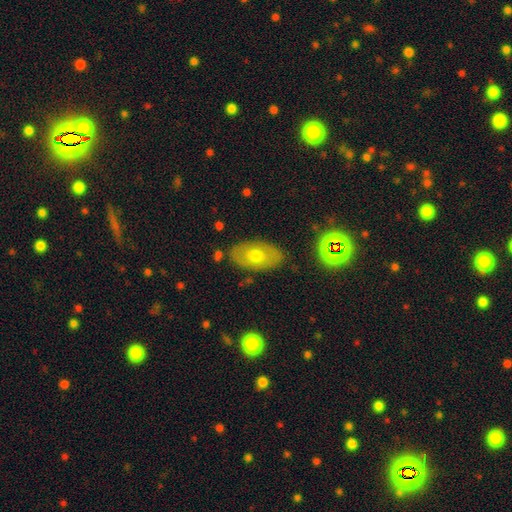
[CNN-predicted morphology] Smooth or featured: smooth — 55% (featured or disk — 38%)
How rounded: in between — 89% (round — 9%)
Merging: none — 80% (minor disturbance — 13%)